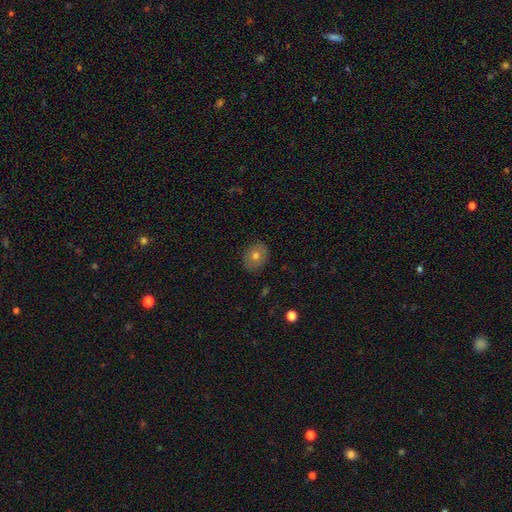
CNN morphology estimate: This appears to be a smooth galaxy with no disk features (63%) that is round (54%). Merging: none (86%).